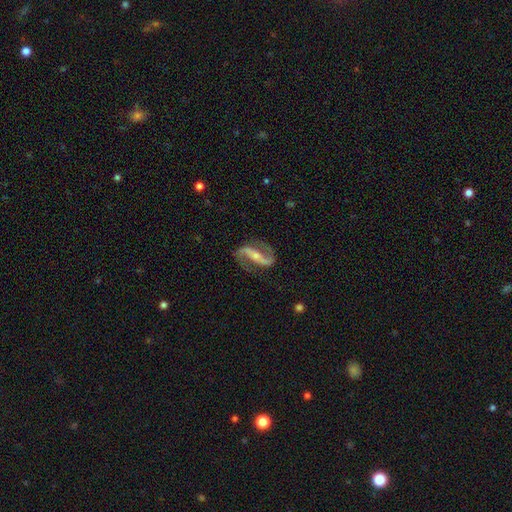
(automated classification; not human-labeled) This appears to be a featured or disk galaxy (91%) with a strong bar (60%), 2 (94%) medium (43%, tied with loose) spiral arms (97%) and a small central bulge (61%). Merging: none (82%).